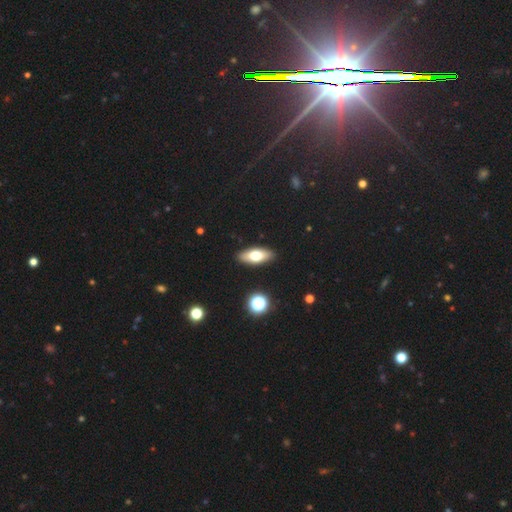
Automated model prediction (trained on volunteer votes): A smooth galaxy with no disk features (65%) that is in between round and cigar-shaped (74%). Merging: none (89%).